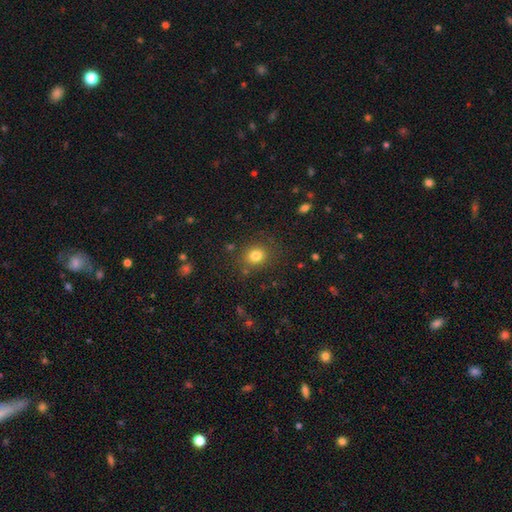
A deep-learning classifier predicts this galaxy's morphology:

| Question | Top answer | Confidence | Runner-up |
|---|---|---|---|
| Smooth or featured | smooth | 80% | star or artifact (13%) |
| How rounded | round | 73% | in between (26%) |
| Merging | none | 82% | minor disturbance (11%) |